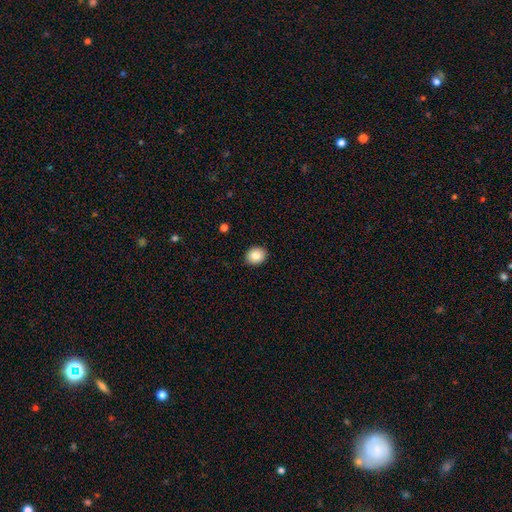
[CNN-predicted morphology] Overall: smooth (85%). How rounded: round (62%; in between 37%). Merging: none (91%).